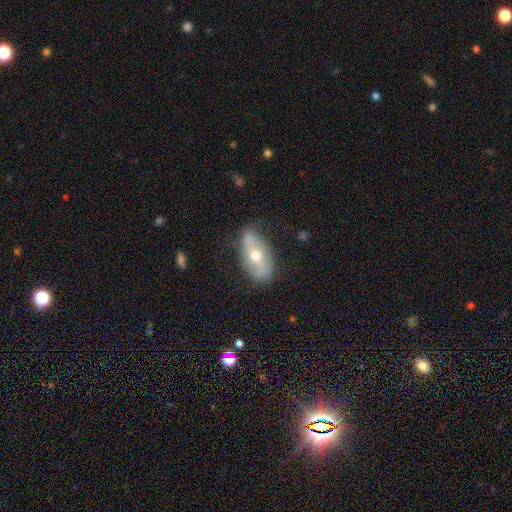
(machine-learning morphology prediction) Smooth or featured? featured or disk (59%)
Edge-on disk? no (86%)
Bar? strong (34%, tied with no)
Spiral arms? yes (55%)
Bulge size? moderate (73%)
Merging? none (66%)